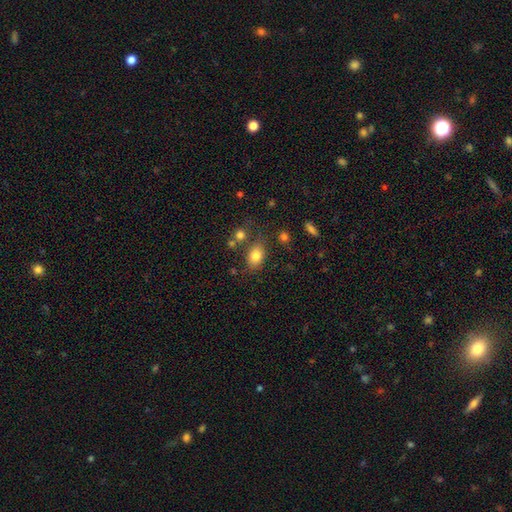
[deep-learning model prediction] This is clearly a smooth galaxy (81%). How rounded: likely in between (78%). Merging: likely none (70%).